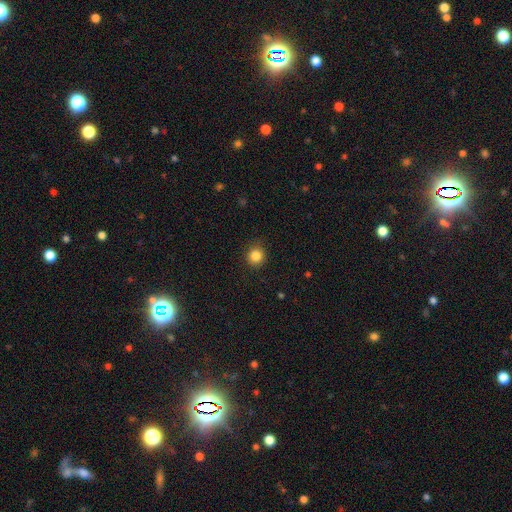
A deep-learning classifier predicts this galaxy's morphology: Overall: smooth (85%). How rounded: round (91%). Merging: none (89%).